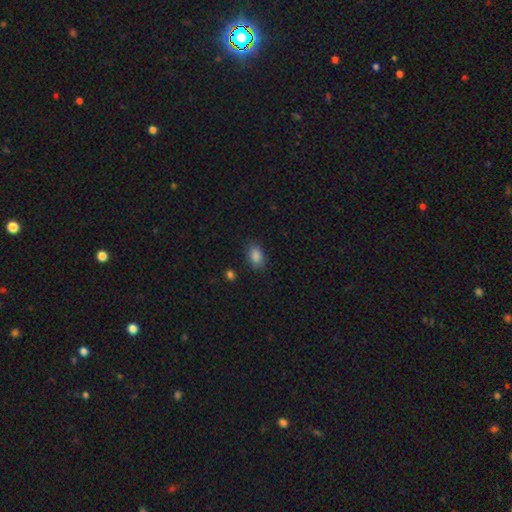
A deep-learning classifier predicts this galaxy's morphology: smooth-or-featured: smooth: 86% | star or artifact: 9% | featured or disk: 4%
  how-rounded: in between: 86% | round: 13% | cigar-shaped: 2%
  merging: none: 83% | minor disturbance: 12% | major disturbance: 3% | merger: 2%